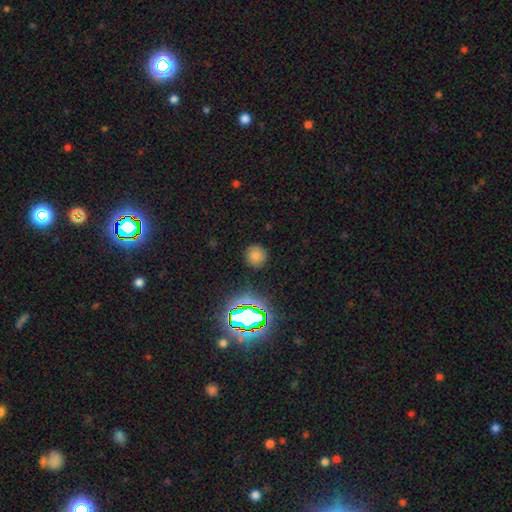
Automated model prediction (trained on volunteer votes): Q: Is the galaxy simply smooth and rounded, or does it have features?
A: smooth — 63%.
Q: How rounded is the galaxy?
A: round — 91%.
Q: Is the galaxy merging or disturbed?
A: none — 87%.